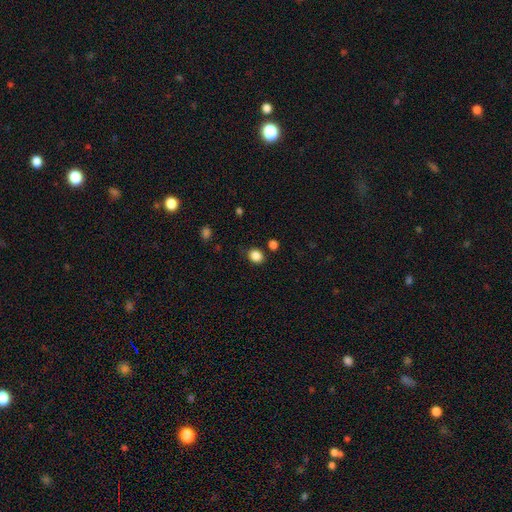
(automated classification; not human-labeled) smooth 86%, star or artifact 10%, featured or disk 4%. Down the decision tree: how rounded — round (63%); merging — none (78%).